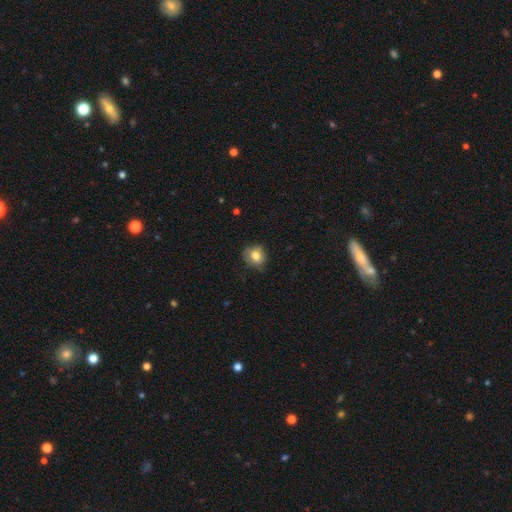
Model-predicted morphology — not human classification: smooth-or-featured: smooth: 78% | featured or disk: 13% | star or artifact: 9%
  how-rounded: round: 65% | in between: 34% | cigar-shaped: 1%
  merging: none: 69% | minor disturbance: 24% | major disturbance: 5% | merger: 1%